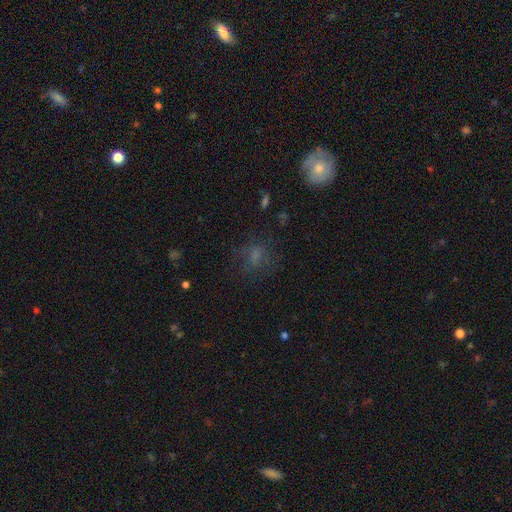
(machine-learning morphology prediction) type=smooth (58%); roundness=round (63%); merging=none (64%).